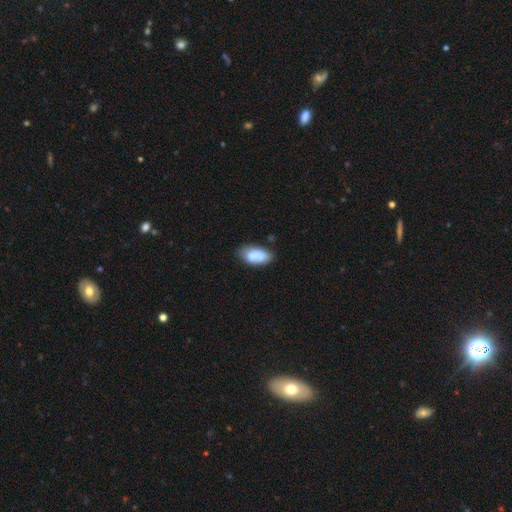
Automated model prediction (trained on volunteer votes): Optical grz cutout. It shows a smooth galaxy with no disk features (80%) that is in between round and cigar-shaped (92%). Merging: none (65%).